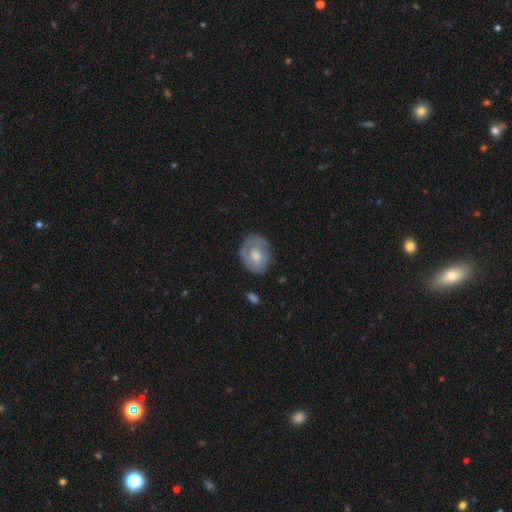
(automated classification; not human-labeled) Q: Smooth or featured?
A: smooth (47%); tied with: featured or disk (47%)
Q: Merging?
A: none (66%); runner-up: minor disturbance (23%)